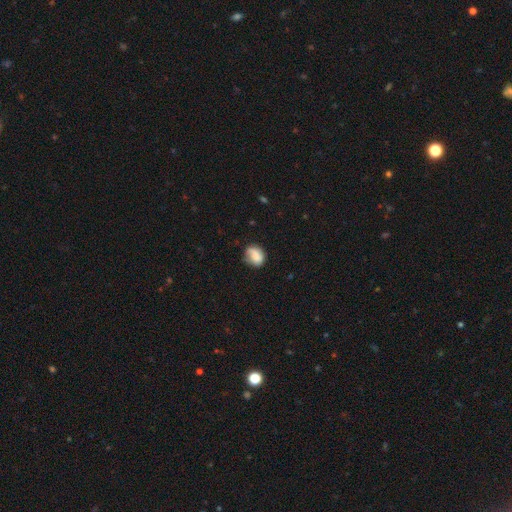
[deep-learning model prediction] Smooth or featured? smooth (75%)
How rounded? round (50%)
Merging? none (55%)